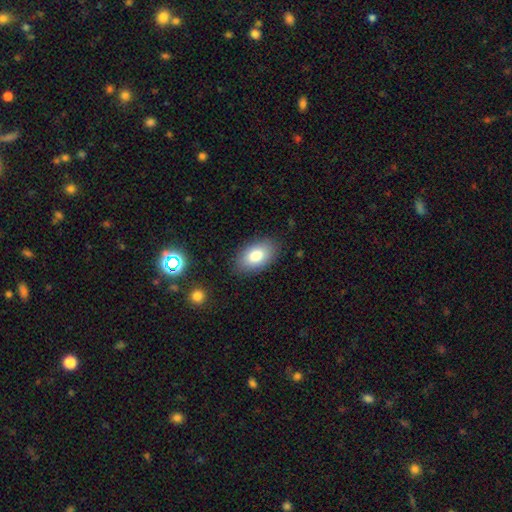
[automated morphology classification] type=smooth (82%); roundness=in between (93%); merging=none (85%).